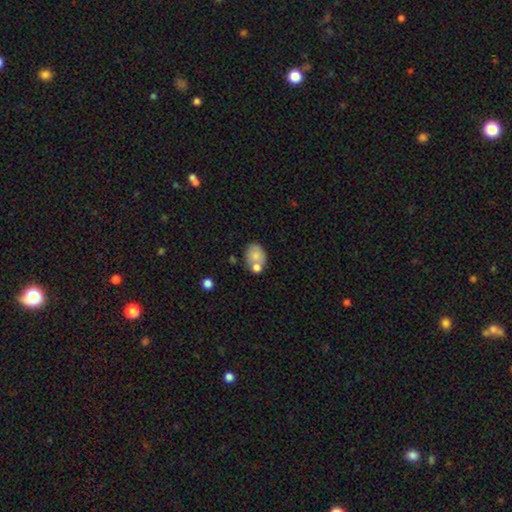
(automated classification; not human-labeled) smooth-or-featured: smooth: 77% | featured or disk: 15% | star or artifact: 8%
  how-rounded: in between: 58% | round: 41% | cigar-shaped: 1%
  merging: none: 48% | merger: 34% | minor disturbance: 14% | major disturbance: 4%